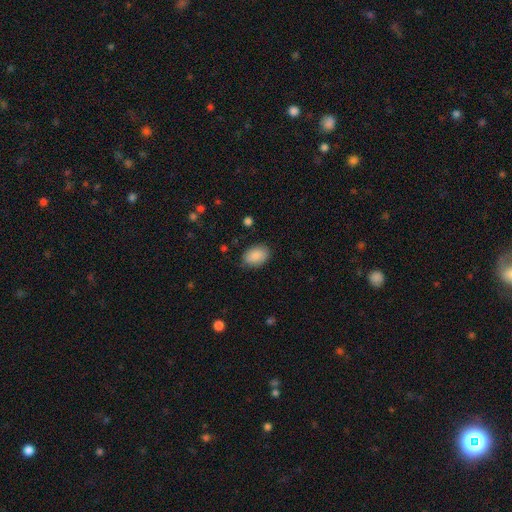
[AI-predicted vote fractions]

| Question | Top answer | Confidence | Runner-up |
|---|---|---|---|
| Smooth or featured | smooth | 88% | star or artifact (7%) |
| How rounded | in between | 84% | round (15%) |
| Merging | none | 83% | minor disturbance (13%) |